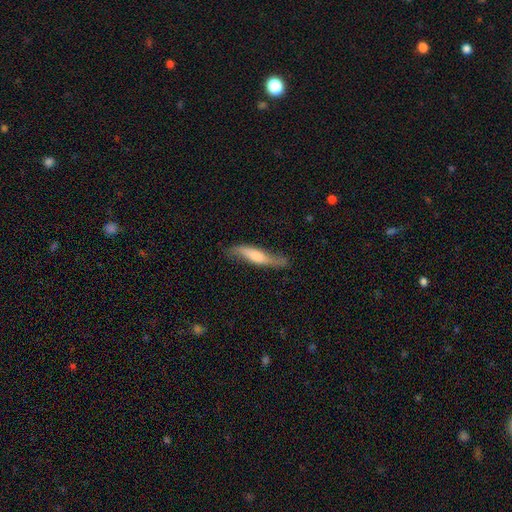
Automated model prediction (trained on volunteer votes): smooth-or-featured: featured or disk: 61% | smooth: 32% | star or artifact: 7%
  disk-edge-on: yes: 59% | no: 41%
  merging: none: 75% | minor disturbance: 19% | major disturbance: 5% | merger: 2%